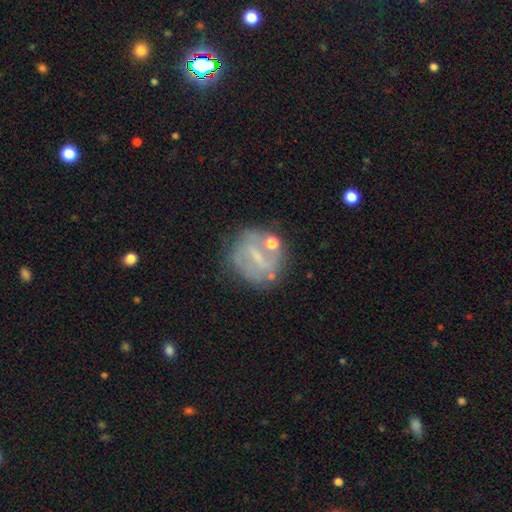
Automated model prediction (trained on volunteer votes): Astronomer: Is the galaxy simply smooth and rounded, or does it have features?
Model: featured or disk — 58%.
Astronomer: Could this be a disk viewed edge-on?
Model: no — 94%.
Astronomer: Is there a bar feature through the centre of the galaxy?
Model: weak — 43% (runner-up: strong, 35%).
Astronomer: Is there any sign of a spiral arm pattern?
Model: no — 51% (runner-up: yes, 49%).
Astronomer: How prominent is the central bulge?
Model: small — 46% (runner-up: none, 35%).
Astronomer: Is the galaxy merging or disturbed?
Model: none — 66%.